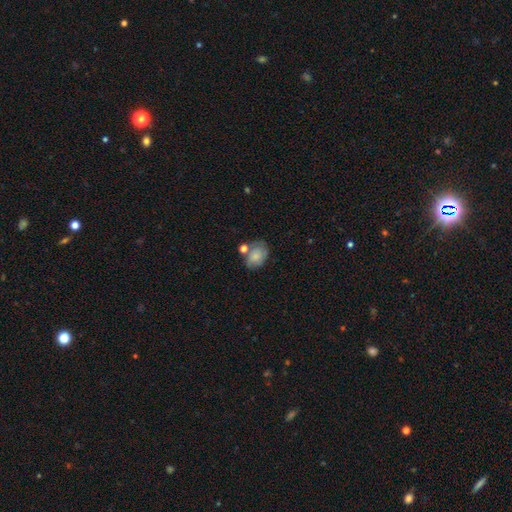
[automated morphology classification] Smooth or featured? smooth (73%)
How rounded? in between (69%)
Merging? none (50%)